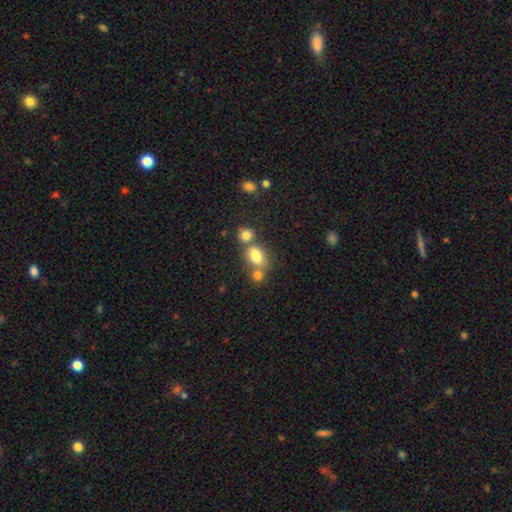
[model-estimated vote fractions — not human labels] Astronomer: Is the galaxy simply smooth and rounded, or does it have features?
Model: smooth — 79%.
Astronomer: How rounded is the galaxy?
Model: in between — 70%.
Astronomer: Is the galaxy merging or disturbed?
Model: none — 43% (runner-up: merger, 41%).